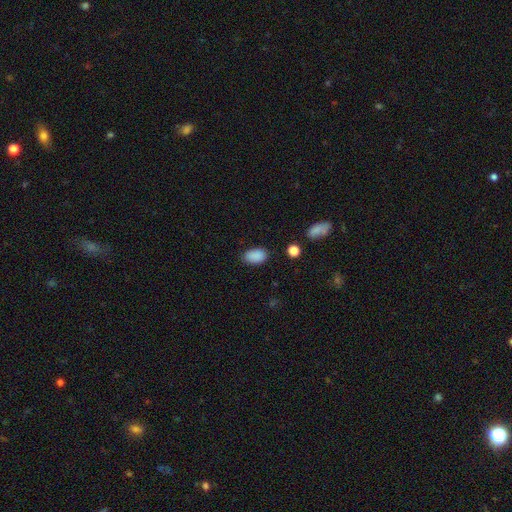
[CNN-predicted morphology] This appears to be a smooth galaxy with no disk features (88%) that is in between round and cigar-shaped (90%). Merging: none (83%).